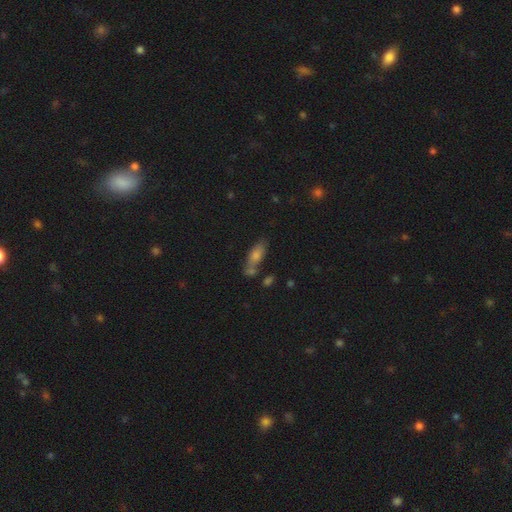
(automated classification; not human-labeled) The model was most divided on "merging": none: 57%, merger: 22%, minor disturbance: 15%, major disturbance: 5%. More confident: how rounded — in between (66%); smooth or featured — smooth (64%).